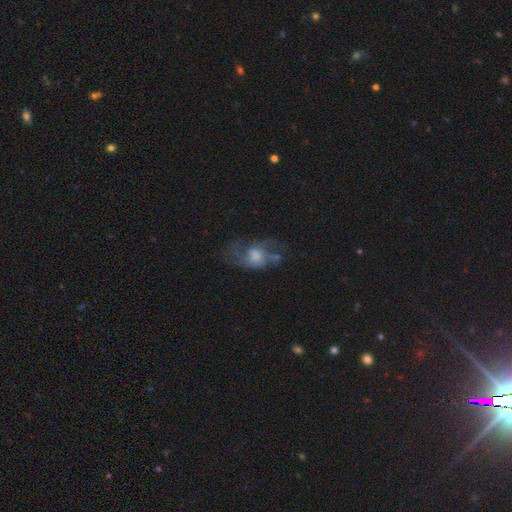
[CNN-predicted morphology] featured or disk 62%, smooth 26%, star or artifact 12%. Down the decision tree: edge-on disk — no (95%); bar — no (72%); spiral arms — yes (68%); bulge size — moderate (45%); merging — none (51%).